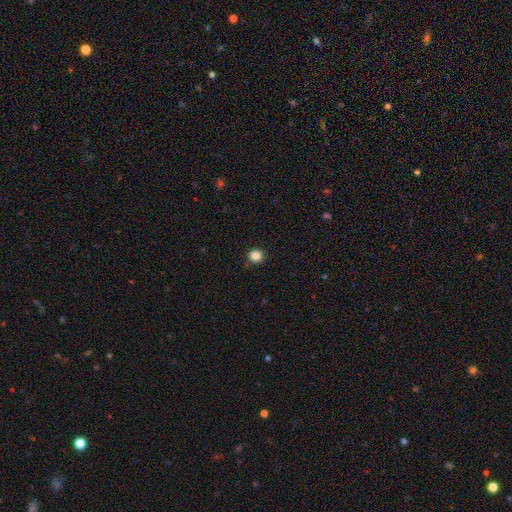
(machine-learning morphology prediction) Overall: smooth (85%). How rounded: round (91%). Merging: none (90%).